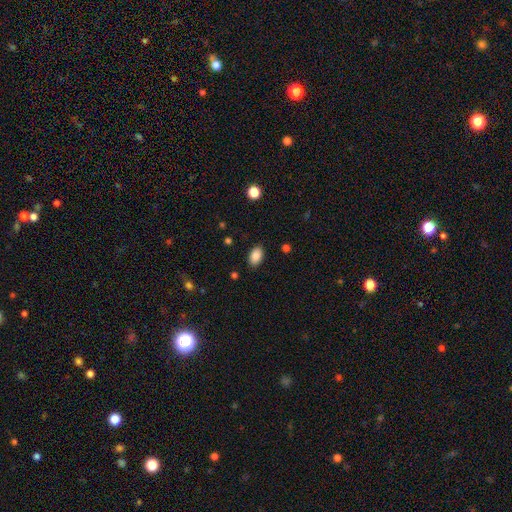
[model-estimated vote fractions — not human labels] Q: Smooth or featured?
A: smooth (87%); runner-up: star or artifact (8%)
Q: How rounded?
A: in between (89%); runner-up: round (9%)
Q: Merging?
A: none (87%); runner-up: minor disturbance (10%)